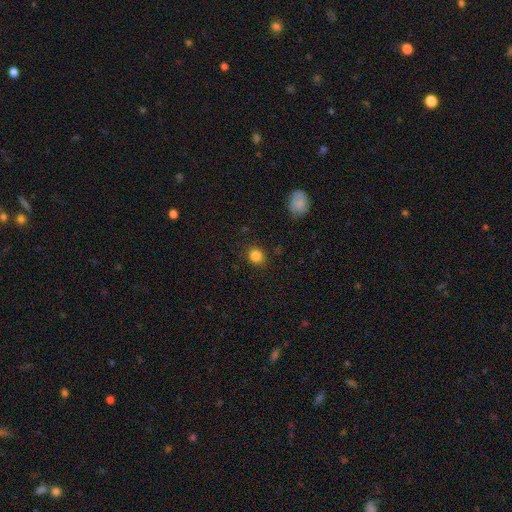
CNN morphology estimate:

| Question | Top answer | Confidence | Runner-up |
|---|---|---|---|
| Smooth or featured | smooth | 85% | star or artifact (11%) |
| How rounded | round | 77% | in between (22%) |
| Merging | none | 87% | minor disturbance (9%) |